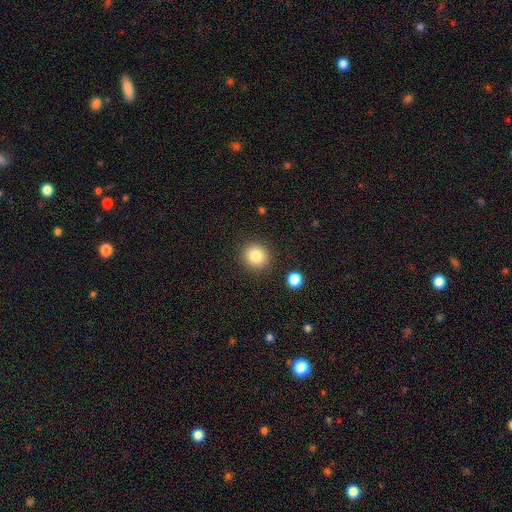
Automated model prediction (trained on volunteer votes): A smooth galaxy with no disk features (84%) that is round (87%). Merging: none (88%).